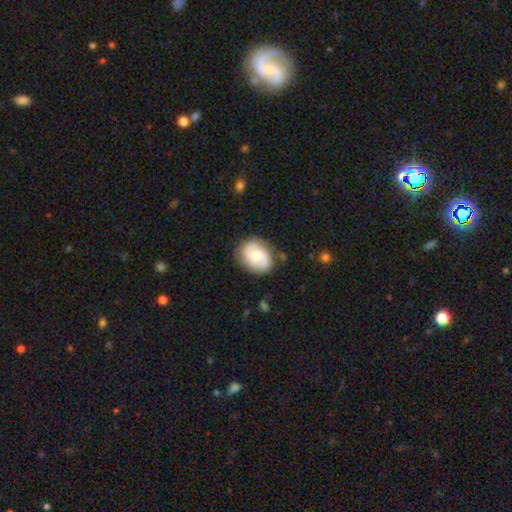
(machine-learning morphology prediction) smooth_or_featured: featured or disk (p=0.54) [alt: smooth p=0.39]
disk_edge_on: no (p=0.97) [alt: yes p=0.03]
bar: no (p=0.64) [alt: weak p=0.31]
has_spiral_arms: yes (p=0.89) [alt: no p=0.11]
bulge_size: moderate (p=0.44) [alt: small p=0.39]
merging: none (p=0.77) [alt: minor disturbance p=0.16]